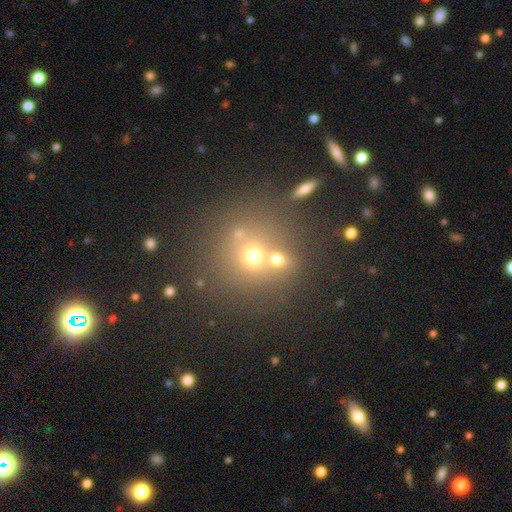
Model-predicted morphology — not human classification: A smooth galaxy with no disk features (58%) that is round (87%). Merging: none (53%).